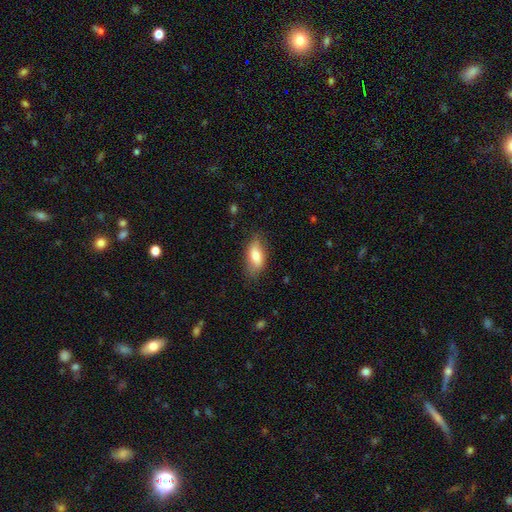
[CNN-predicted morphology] smooth_or_featured: smooth (p=0.72) [alt: featured or disk p=0.21]
how_rounded: in between (p=0.85) [alt: cigar-shaped p=0.11]
merging: none (p=0.71) [alt: minor disturbance p=0.22]